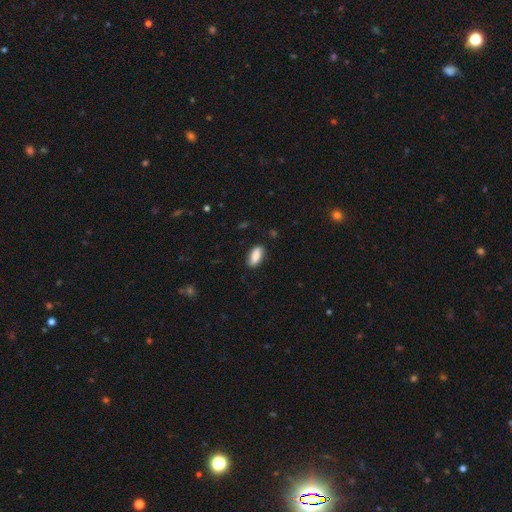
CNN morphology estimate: Smooth or featured? smooth (83%)
How rounded? in between (87%)
Merging? none (81%)